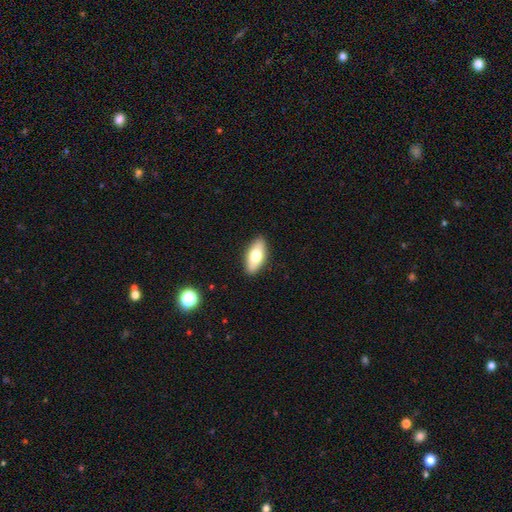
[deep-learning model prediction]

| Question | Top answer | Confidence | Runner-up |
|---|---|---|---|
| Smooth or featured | smooth | 69% | featured or disk (25%) |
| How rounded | in between | 85% | cigar-shaped (12%) |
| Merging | none | 89% | minor disturbance (8%) |